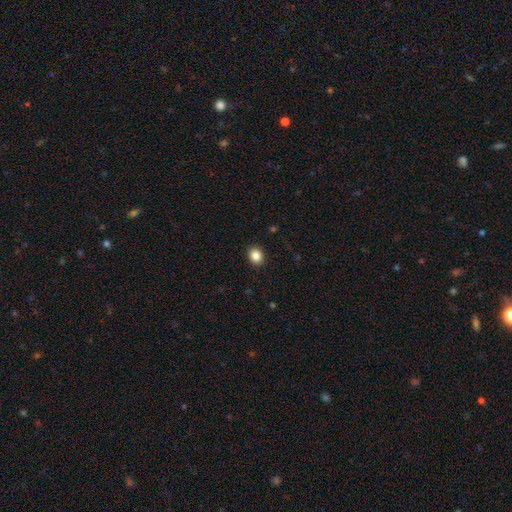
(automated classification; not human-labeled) Morphology: type=smooth (87%); roundness=round (62%); merging=none (91%).